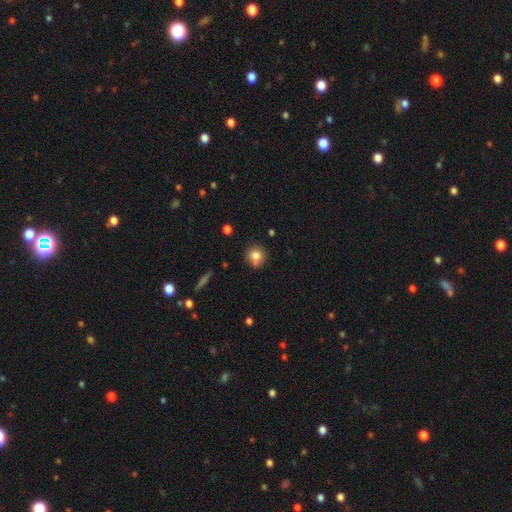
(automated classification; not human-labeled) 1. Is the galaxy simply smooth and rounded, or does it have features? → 78% smooth, 11% star or artifact, 11% featured or disk.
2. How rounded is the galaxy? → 86% round, 12% in between, 1% cigar-shaped.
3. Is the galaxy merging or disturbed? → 69% none, 16% minor disturbance, 11% merger, 4% major disturbance.